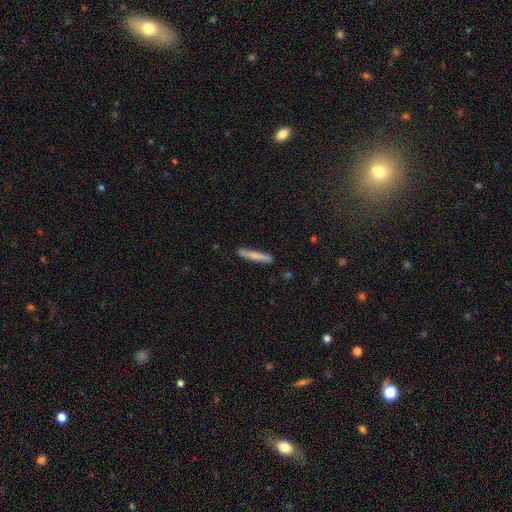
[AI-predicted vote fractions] A smooth galaxy with no disk features (65%) that is cigar-shaped (95%). Merging: none (88%).